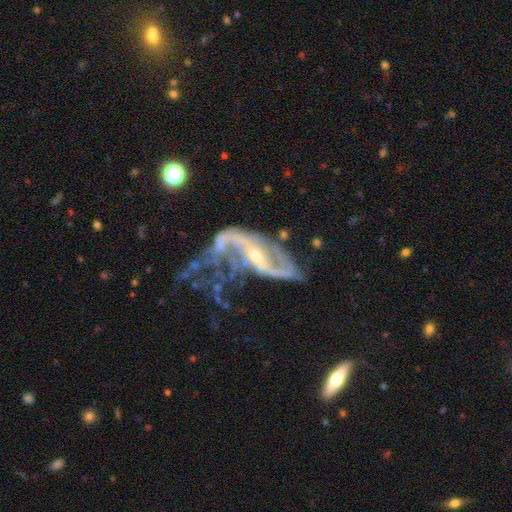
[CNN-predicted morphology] Smooth or featured? featured or disk (88%)
Edge-on disk? no (95%)
Bar? no (35%)
Spiral arms? yes (91%)
Spiral winding? loose (63%)
Spiral arm count? 2 (73%)
Bulge size? small (66%)
Merging? major disturbance (45%)